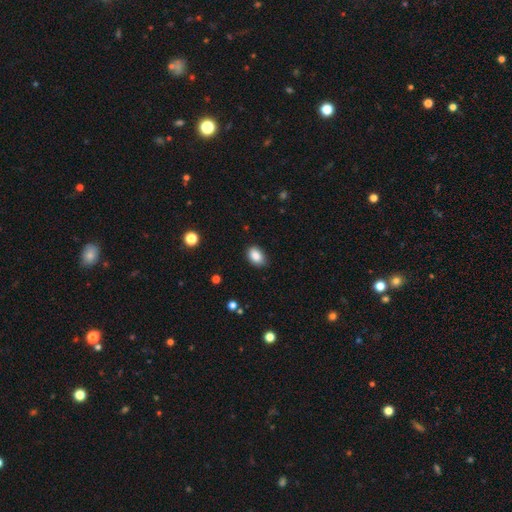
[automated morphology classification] Overall: smooth (87%). How rounded: in between (85%). Merging: none (82%).